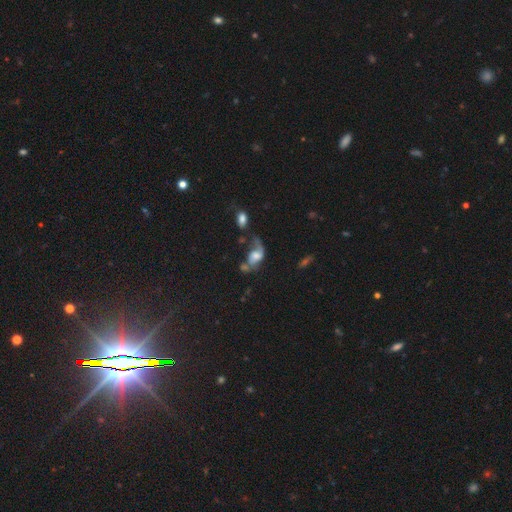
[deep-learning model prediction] smooth_or_featured: featured or disk (p=0.54) [alt: smooth p=0.34]
disk_edge_on: no (p=0.95) [alt: yes p=0.05]
bar: no (p=0.68) [alt: weak p=0.26]
has_spiral_arms: yes (p=0.73) [alt: no p=0.27]
bulge_size: moderate (p=0.37) [alt: large p=0.30]
merging: major disturbance (p=0.35) [alt: merger p=0.24]